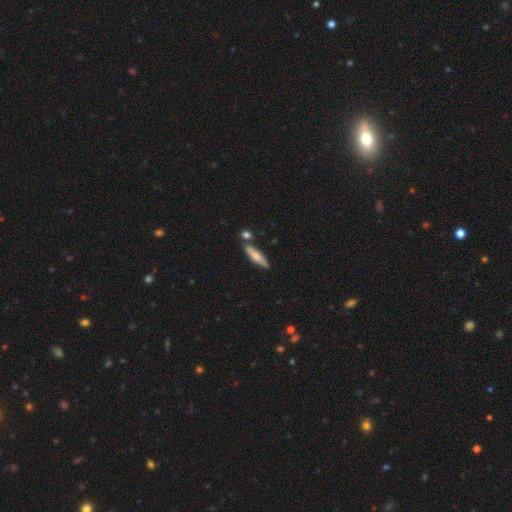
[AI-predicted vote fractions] The model was most divided on "smooth or featured": smooth: 61%, featured or disk: 32%, star or artifact: 6%. More confident: how rounded — cigar-shaped (81%); merging — none (75%).